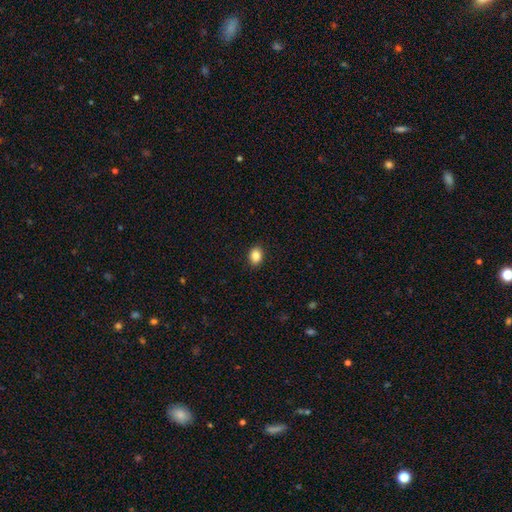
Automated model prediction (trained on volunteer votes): Morphology: type=smooth (87%); roundness=in between (70%); merging=none (90%).